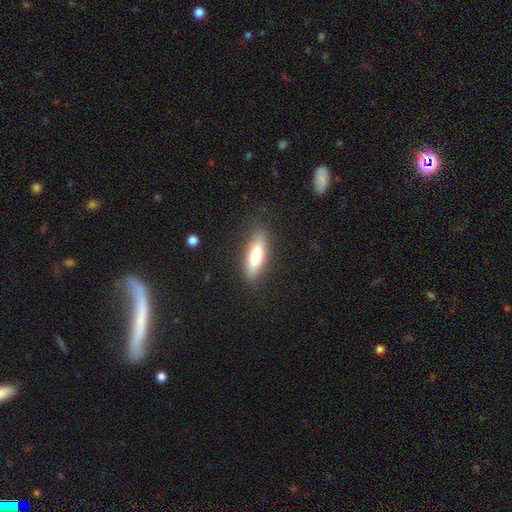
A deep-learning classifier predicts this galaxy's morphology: type=smooth (74%); roundness=cigar-shaped (60%); merging=none (84%).